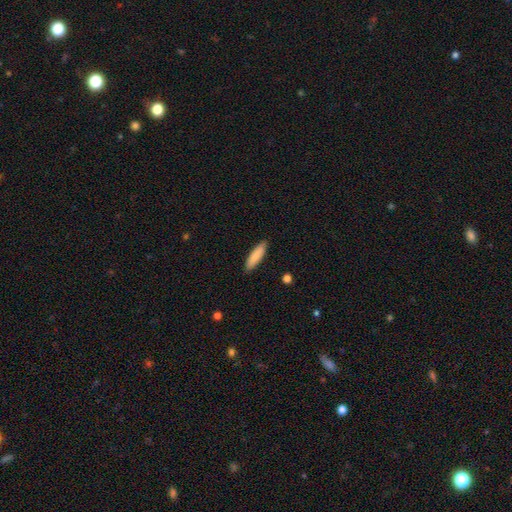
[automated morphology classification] Overall: smooth (85%). How rounded: cigar-shaped (69%; in between 30%). Merging: none (90%).